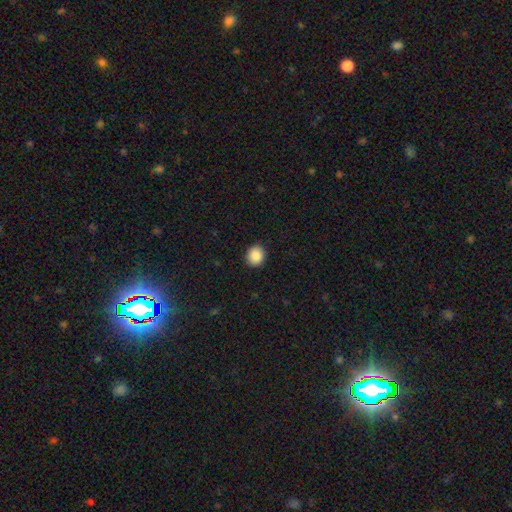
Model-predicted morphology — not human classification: This is clearly a smooth galaxy (89%). How rounded: likely round (76%). Merging: clearly none (91%).